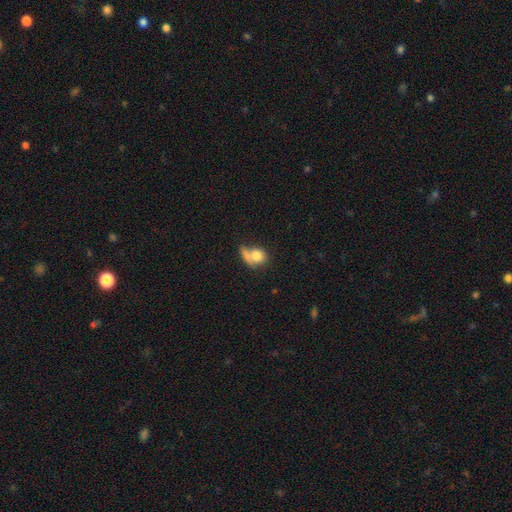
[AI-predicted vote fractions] Morphology: type=smooth (77%); roundness=round (58%); merging=merger (43%).